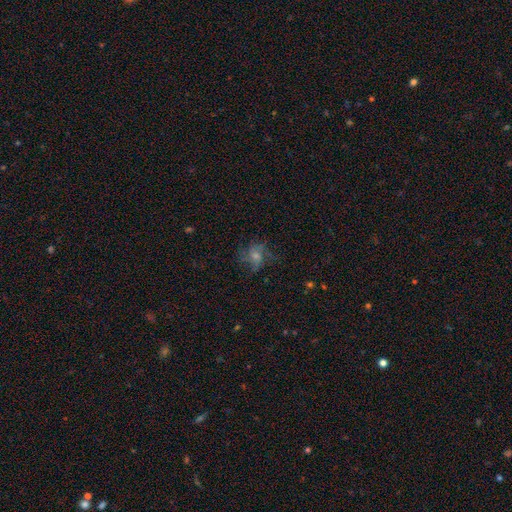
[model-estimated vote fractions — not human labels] Smooth or featured? featured or disk (54%)
Edge-on disk? no (96%)
Bar? no (73%)
Spiral arms? yes (80%)
Bulge size? moderate (45%)
Merging? none (65%)